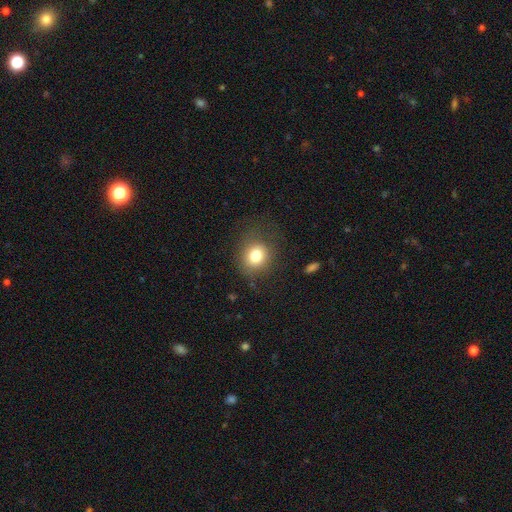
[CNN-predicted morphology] Smooth or featured: smooth — 78% (star or artifact — 12%)
How rounded: round — 75% (in between — 24%)
Merging: none — 75% (minor disturbance — 15%)